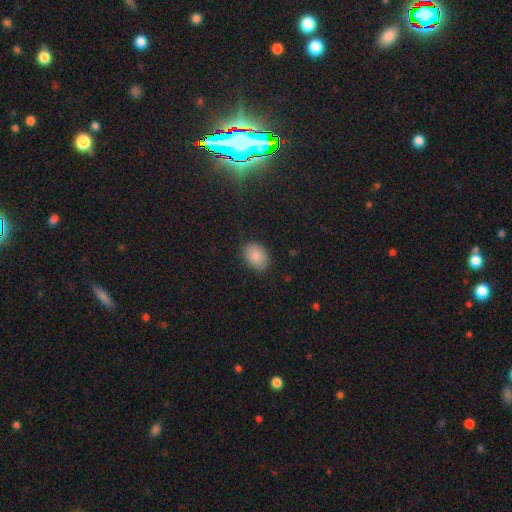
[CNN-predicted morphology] smooth 88%, star or artifact 8%, featured or disk 5%. Down the decision tree: how rounded — in between (81%); merging — none (85%).